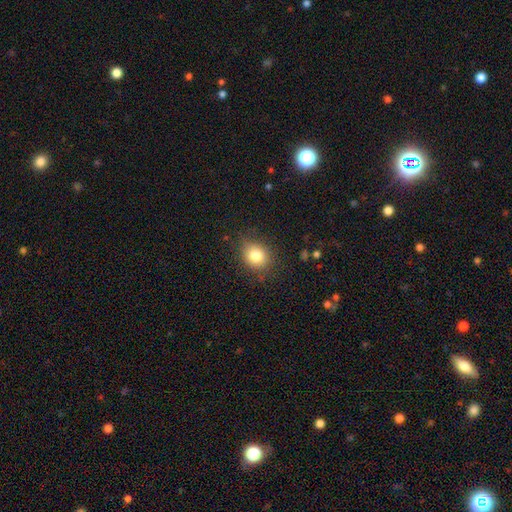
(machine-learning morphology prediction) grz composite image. It shows a smooth galaxy with no disk features (81%) that is round (68%). Merging: none (80%).